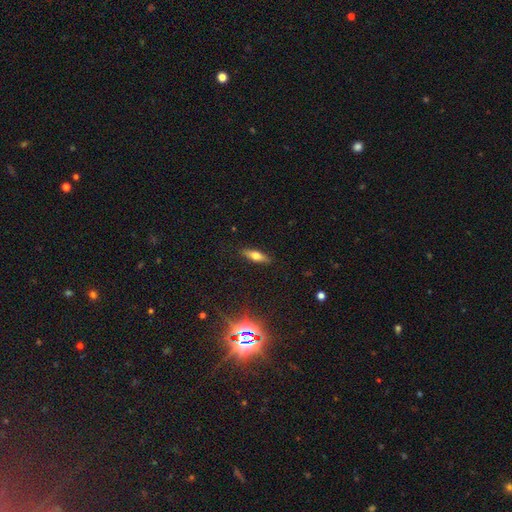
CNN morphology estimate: A smooth galaxy with no disk features (55%) that is cigar-shaped (53%). Merging: none (88%).